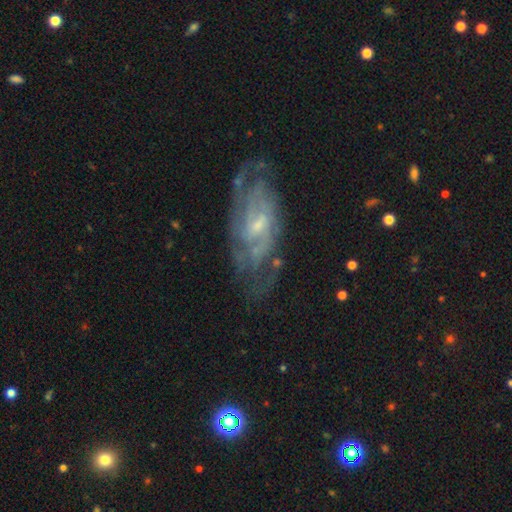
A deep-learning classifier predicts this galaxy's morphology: A featured or disk galaxy (82%) with a weak bar (50%), tight (49%) spiral arms (88%) and a small central bulge (59%).

Vote fractions:
- Smooth or featured? featured or disk: 82% / smooth: 12% / star or artifact: 7%
- Edge-on disk? no: 93% / yes: 7%
- Bar? weak: 50% / no: 39% / strong: 11%
- Spiral arms? yes: 88% / no: 12%
- Spiral winding? tight: 49% / medium: 39% / loose: 12%
- Spiral arm count? can't tell: 44% / 2: 27% / 3: 12% / 4: 8% / more than 4: 4% / 1: 4%
- Bulge size? small: 59% / moderate: 31% / none: 7% / large: 2% / dominant: 1%
- Merging? none: 67% / minor disturbance: 20% / major disturbance: 11% / merger: 2%